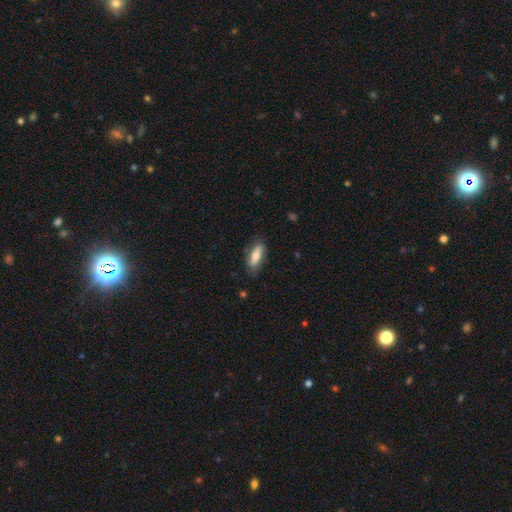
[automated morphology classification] smooth_or_featured: smooth (p=0.65) [alt: featured or disk p=0.29]
how_rounded: in between (p=0.68) [alt: cigar-shaped p=0.30]
merging: none (p=0.78) [alt: minor disturbance p=0.17]